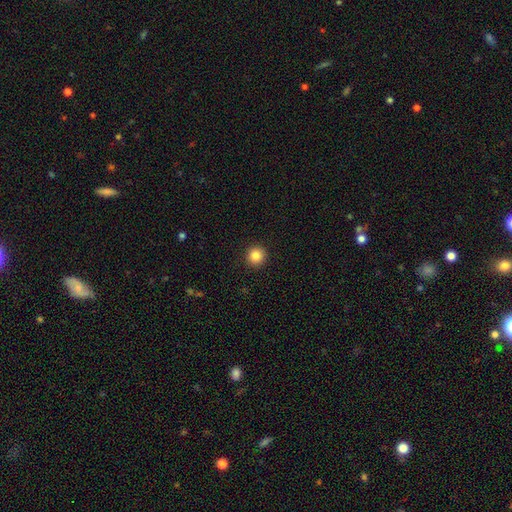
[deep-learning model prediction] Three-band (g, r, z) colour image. It shows a smooth galaxy with no disk features (85%) that is round (94%). Merging: none (93%).